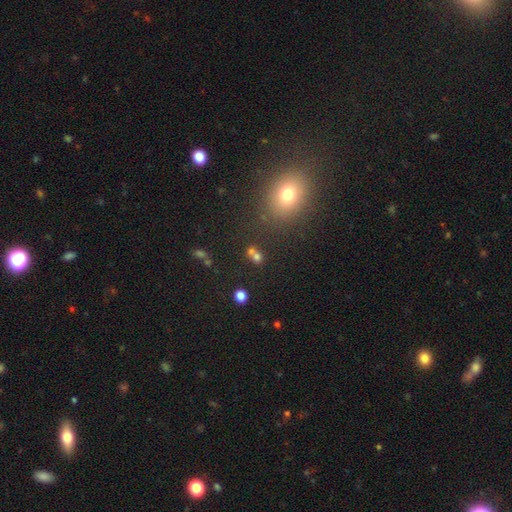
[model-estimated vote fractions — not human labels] smooth 65%, star or artifact 23%, featured or disk 12%. Down the decision tree: how rounded — round (66%); merging — none (51%).